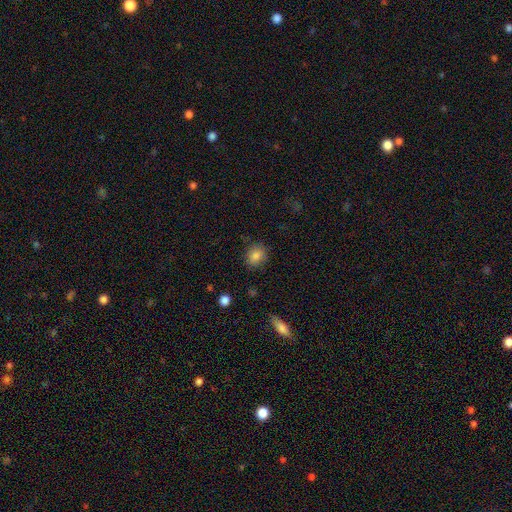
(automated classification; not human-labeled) This appears to be a smooth galaxy with no disk features (85%) that is round (67%). Merging: none (85%).